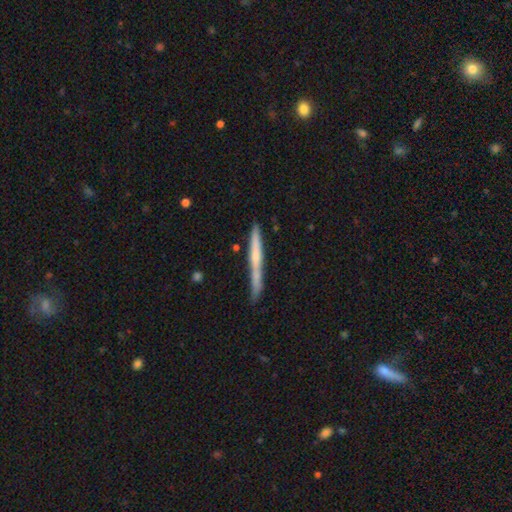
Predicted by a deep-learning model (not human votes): A featured or disk galaxy (49%). Merging: none (78%).